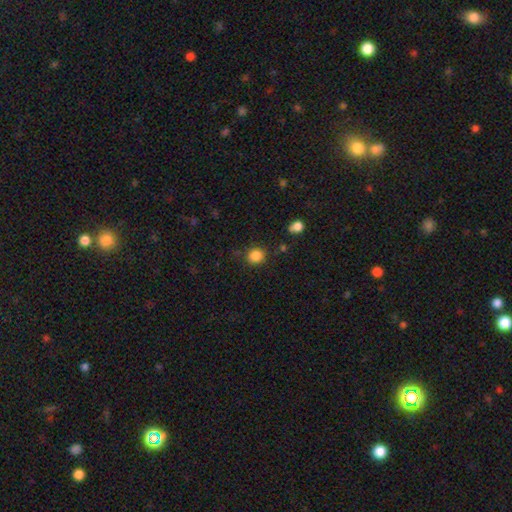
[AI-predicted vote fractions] smooth_or_featured: smooth (p=0.86) [alt: star or artifact p=0.11]
how_rounded: round (p=0.85) [alt: in between p=0.14]
merging: none (p=0.83) [alt: minor disturbance p=0.11]